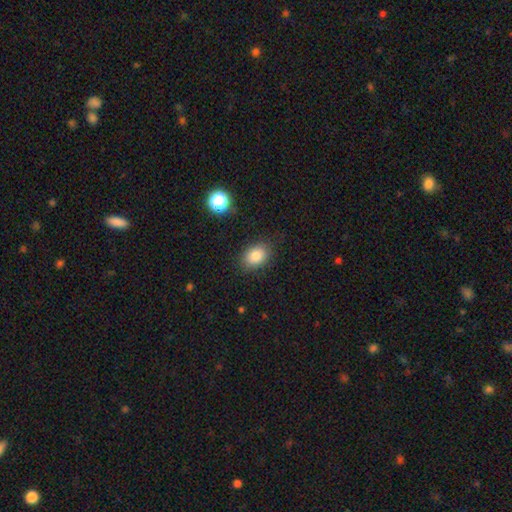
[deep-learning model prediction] Morphology: type=smooth (83%); roundness=in between (73%); merging=none (83%).